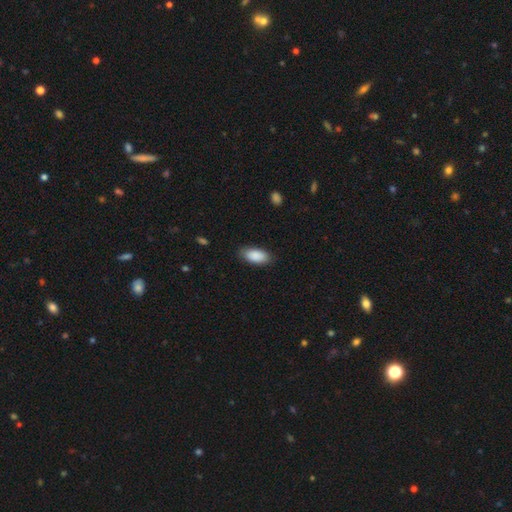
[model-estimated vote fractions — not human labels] Smooth or featured? smooth (90%)
How rounded? in between (91%)
Merging? none (84%)